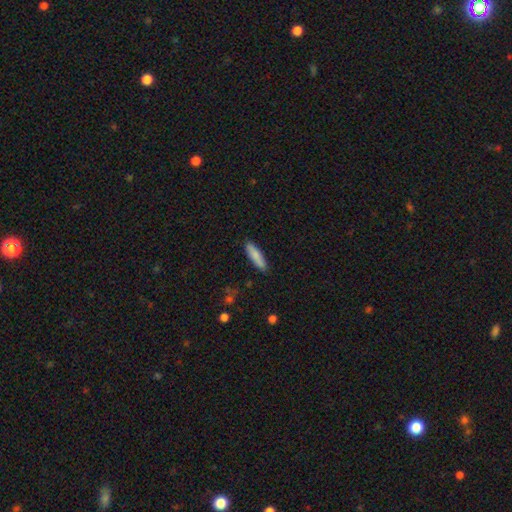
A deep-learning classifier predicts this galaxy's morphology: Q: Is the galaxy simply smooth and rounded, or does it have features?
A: smooth — 84%.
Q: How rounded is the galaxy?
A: cigar-shaped — 67%.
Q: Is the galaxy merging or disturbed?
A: none — 88%.